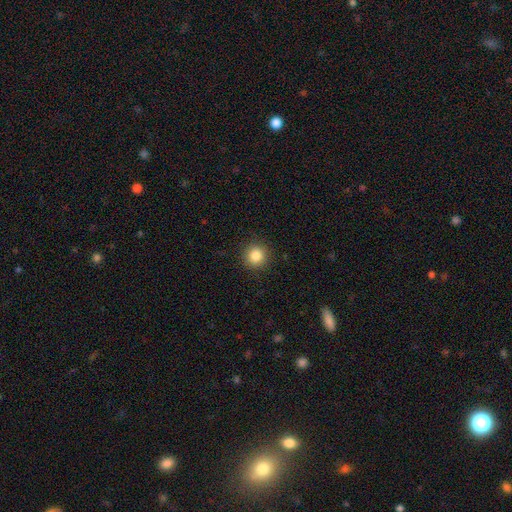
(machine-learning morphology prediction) Smooth or featured?
  - smooth: 85% *
  - star or artifact: 11%
  - featured or disk: 4%
How rounded?
  - round: 94% *
  - in between: 5%
  - cigar-shaped: 1%
Merging?
  - none: 92% *
  - minor disturbance: 5%
  - major disturbance: 2%
  - merger: 1%